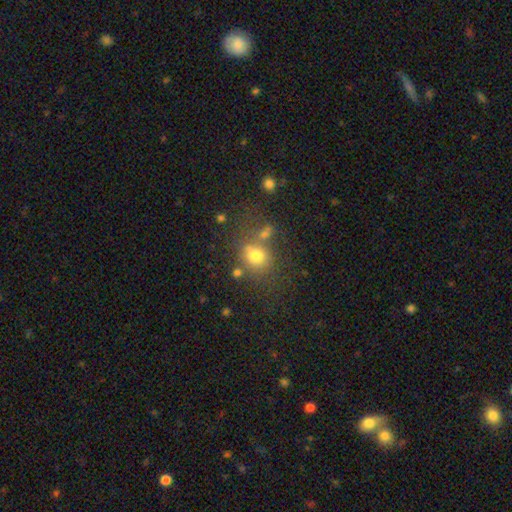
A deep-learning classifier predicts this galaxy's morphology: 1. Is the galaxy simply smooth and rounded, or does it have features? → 72% smooth, 16% star or artifact, 11% featured or disk.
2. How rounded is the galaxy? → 73% round, 26% in between, 1% cigar-shaped.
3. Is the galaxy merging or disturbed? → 60% none, 18% merger, 14% minor disturbance, 8% major disturbance.